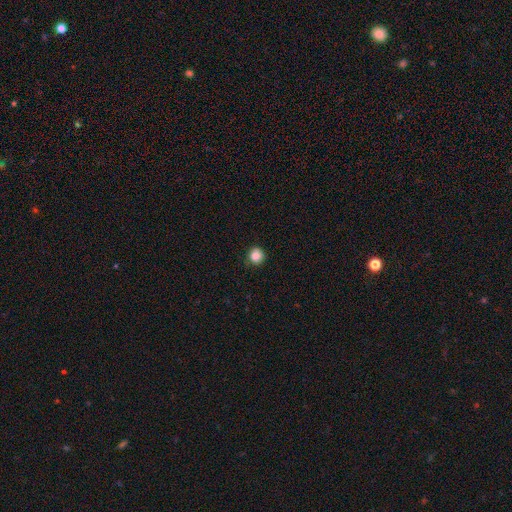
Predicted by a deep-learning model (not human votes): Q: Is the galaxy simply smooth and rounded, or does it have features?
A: smooth — 86%.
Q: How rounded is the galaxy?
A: round — 93%.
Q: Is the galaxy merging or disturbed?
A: none — 88%.